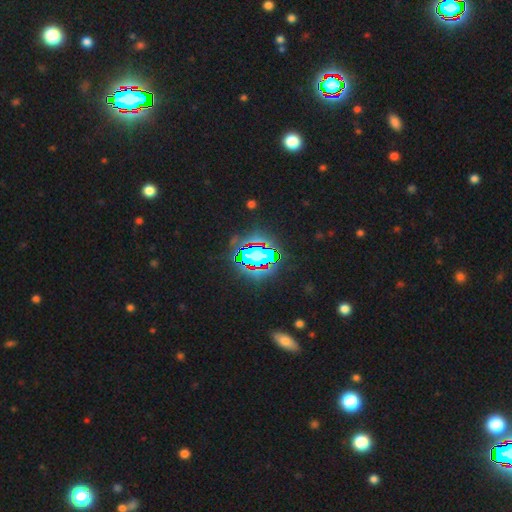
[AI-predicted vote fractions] Smooth or featured?
  - star or artifact: 82% *
  - smooth: 10%
  - featured or disk: 7%